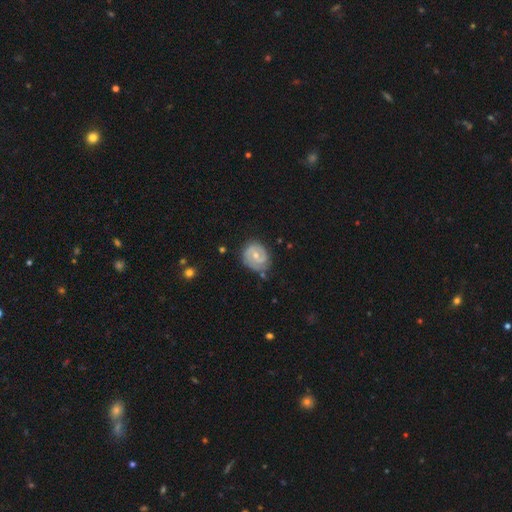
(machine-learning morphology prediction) This is likely a featured or disk galaxy (74%). It is clearly not viewed edge-on (98%). Bar: possibly no (50%). Spiral arm pattern: clearly yes (89%). Spiral arm count: likely 2 (66%). Spiral winding: possibly tight (55%). Central bulge: possibly moderate (49%). Merging: likely none (65%).